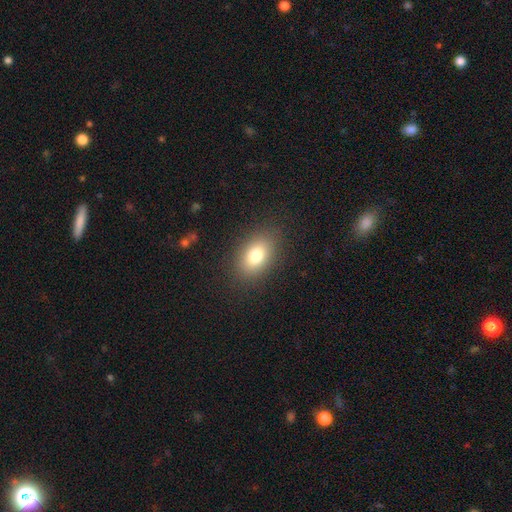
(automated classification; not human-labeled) Smooth or featured? smooth (77%)
How rounded? in between (84%)
Merging? none (85%)